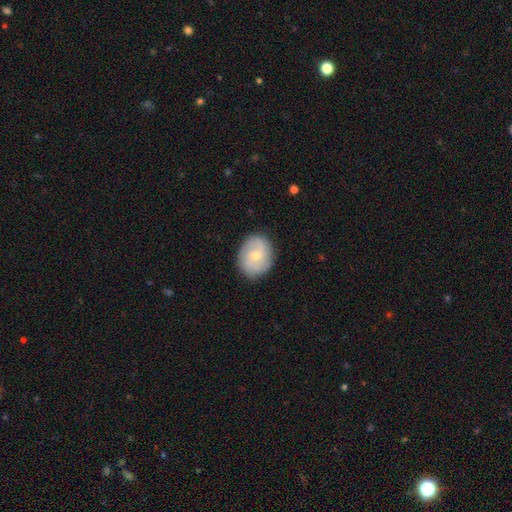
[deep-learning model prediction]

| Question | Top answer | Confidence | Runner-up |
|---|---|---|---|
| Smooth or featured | featured or disk | 54% | smooth (39%) |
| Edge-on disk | no | 97% | yes (3%) |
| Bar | no | 64% | weak (31%) |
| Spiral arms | yes | 83% | no (17%) |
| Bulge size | small | 55% | moderate (41%) |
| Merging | none | 85% | minor disturbance (11%) |